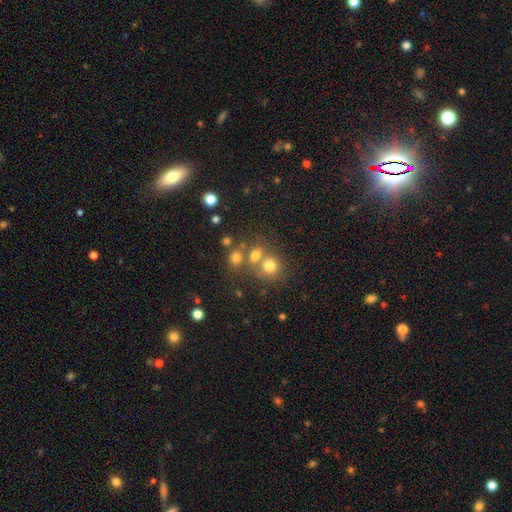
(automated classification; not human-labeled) The model was most divided on "merging" (2-way tie): none: 44%, merger: 44%, minor disturbance: 8%, major disturbance: 4%. More confident: how rounded — round (73%); smooth or featured — smooth (66%).